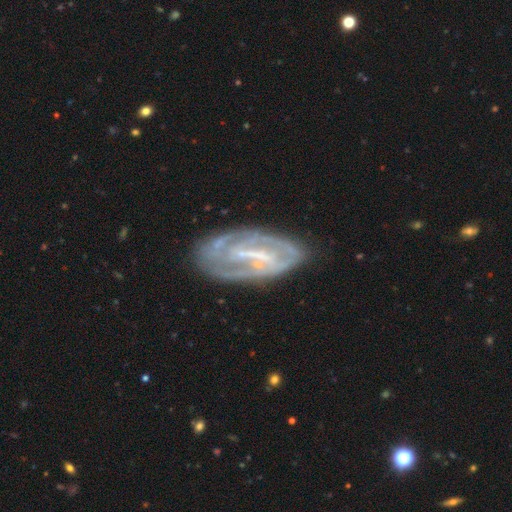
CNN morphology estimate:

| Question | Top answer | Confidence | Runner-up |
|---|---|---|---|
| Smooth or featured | featured or disk | 79% | smooth (13%) |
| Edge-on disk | no | 93% | yes (7%) |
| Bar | strong | 45% | weak (36%) |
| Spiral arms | yes | 80% | no (20%) |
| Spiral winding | tight | 51% | medium (35%) |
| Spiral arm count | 2 | 42% | can't tell (36%) |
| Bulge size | small | 46% | none (34%) |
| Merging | none | 71% | minor disturbance (18%) |